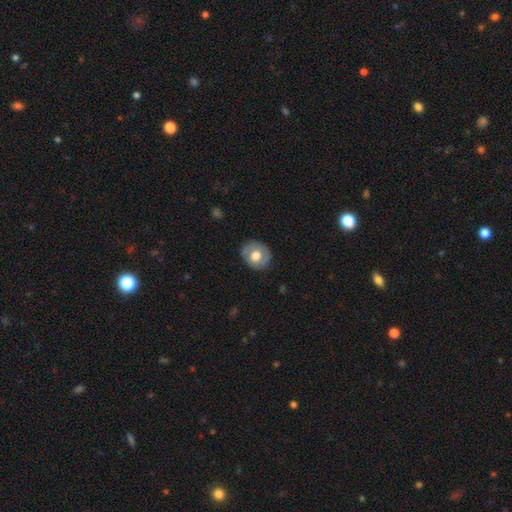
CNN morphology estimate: smooth_or_featured: smooth (p=0.53) [alt: featured or disk p=0.41]
how_rounded: round (p=0.70) [alt: in between p=0.29]
merging: none (p=0.82) [alt: minor disturbance p=0.14]